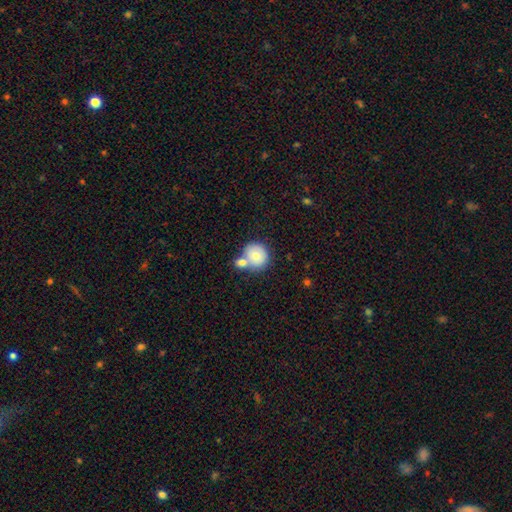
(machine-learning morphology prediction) Smooth or featured? smooth (73%)
How rounded? round (89%)
Merging? none (43%, tied with merger)